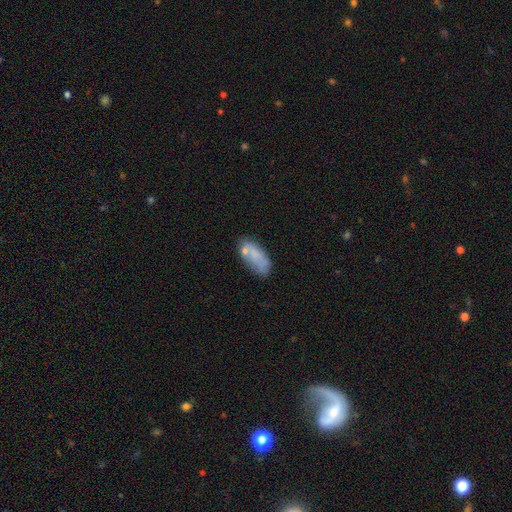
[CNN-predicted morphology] Smooth or featured?
  - smooth: 69% *
  - featured or disk: 23%
  - star or artifact: 8%
How rounded?
  - in between: 85% *
  - cigar-shaped: 12%
  - round: 3%
Merging?
  - none: 54% *
  - minor disturbance: 23%
  - merger: 14%
  - major disturbance: 9%